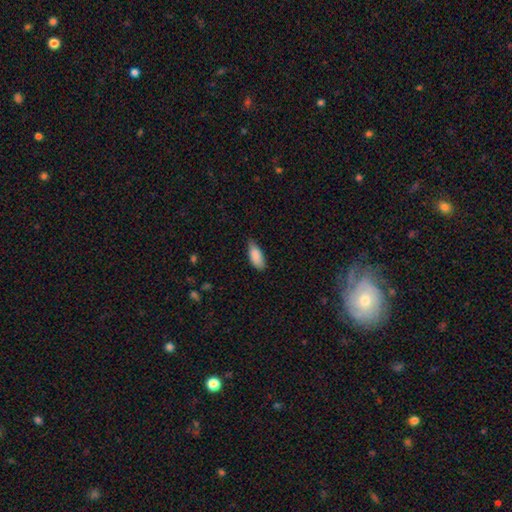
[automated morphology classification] The model was most divided on "merging": none: 61%, minor disturbance: 33%, major disturbance: 5%, merger: 1%. More confident: smooth or featured — smooth (88%); how rounded — in between (84%).